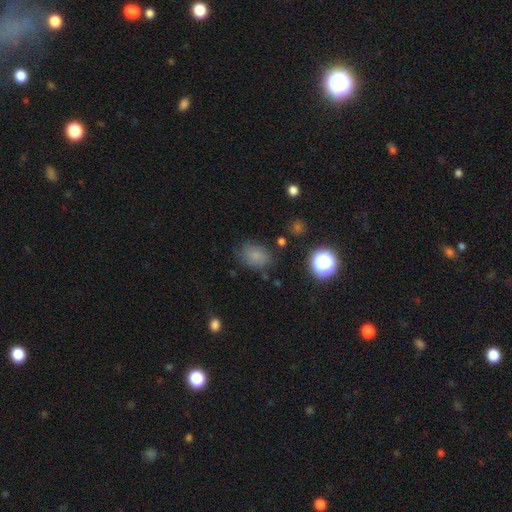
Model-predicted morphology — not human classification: smooth 76%, star or artifact 15%, featured or disk 9%. Down the decision tree: how rounded — in between (64%); merging — none (73%).